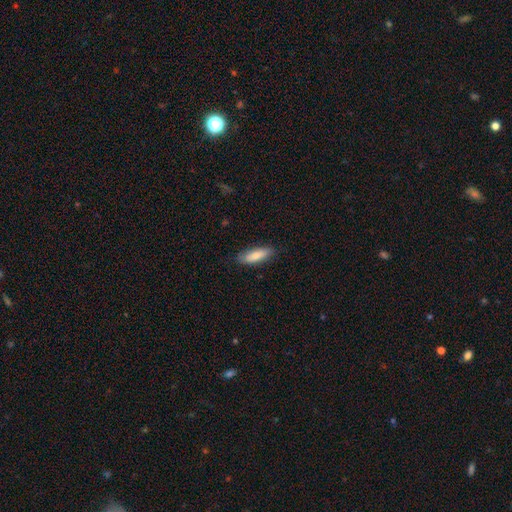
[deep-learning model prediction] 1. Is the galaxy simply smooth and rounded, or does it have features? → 80% smooth, 15% featured or disk, 6% star or artifact.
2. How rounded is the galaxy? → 52% in between, 46% cigar-shaped, 2% round.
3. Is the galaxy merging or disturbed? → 83% none, 14% minor disturbance, 3% major disturbance, 1% merger.